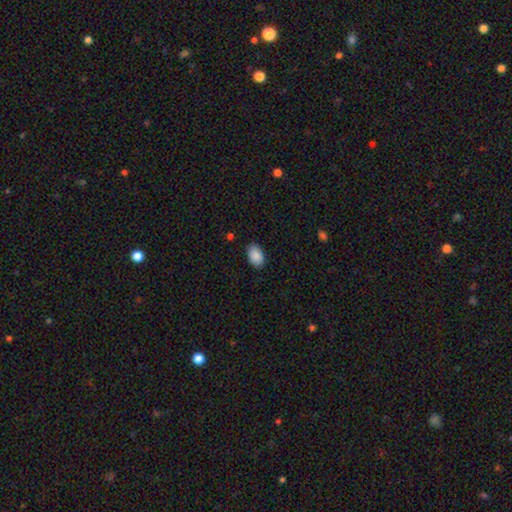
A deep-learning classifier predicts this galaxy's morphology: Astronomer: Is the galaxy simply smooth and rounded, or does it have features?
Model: smooth — 90%.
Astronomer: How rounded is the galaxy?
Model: in between — 91%.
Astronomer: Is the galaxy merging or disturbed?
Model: none — 87%.